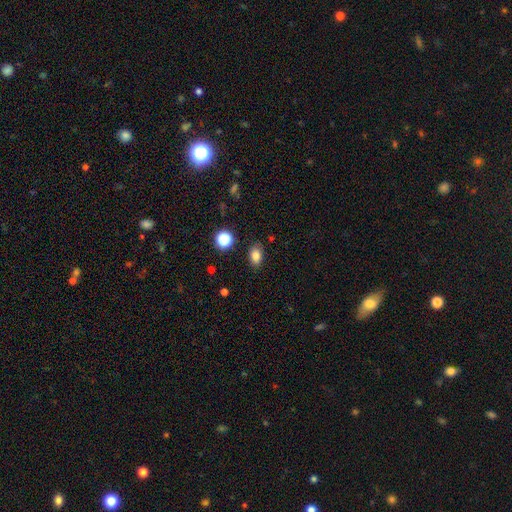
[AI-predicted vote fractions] This is clearly a smooth galaxy (82%). How rounded: clearly in between (81%). Merging: clearly none (85%).